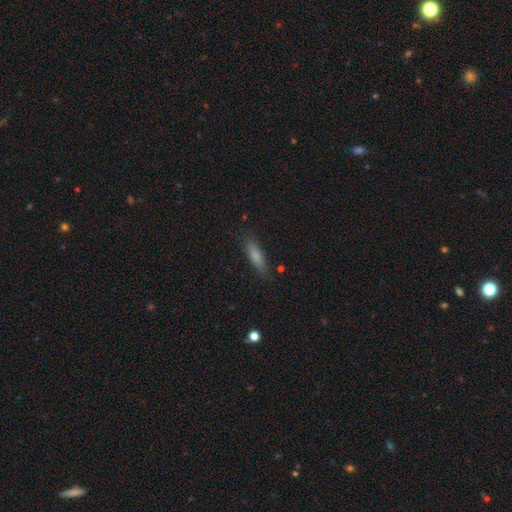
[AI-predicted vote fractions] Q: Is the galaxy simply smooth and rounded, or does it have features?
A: smooth — 79%.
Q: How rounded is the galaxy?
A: cigar-shaped — 59%.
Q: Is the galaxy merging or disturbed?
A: none — 80%.